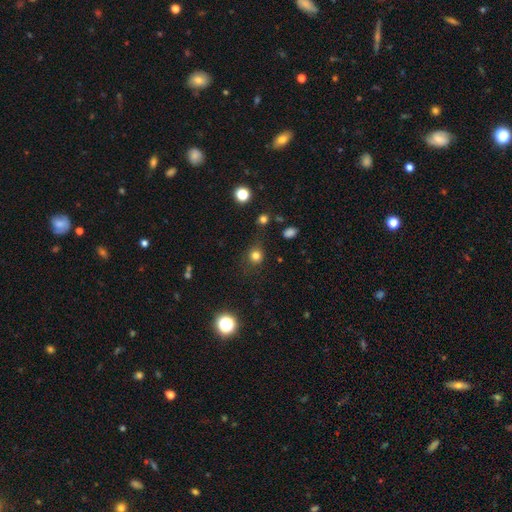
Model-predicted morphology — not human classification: Smooth or featured: smooth — 79% (star or artifact — 16%)
How rounded: round — 87% (in between — 12%)
Merging: none — 79% (minor disturbance — 13%)